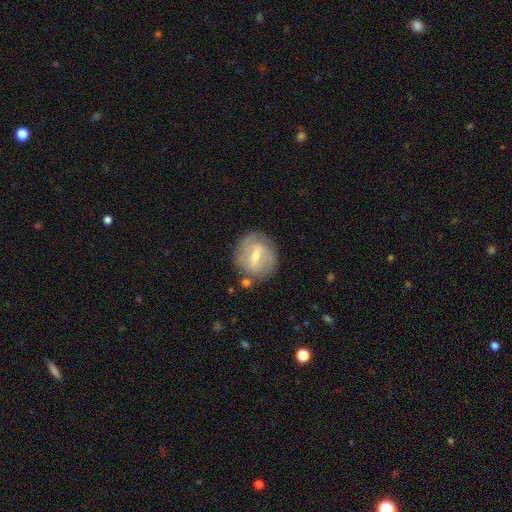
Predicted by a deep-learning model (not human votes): Smooth or featured: featured or disk — 65% (smooth — 29%)
Edge-on disk: no — 95% (yes — 5%)
Bar: weak — 50% (strong — 36%)
Spiral arms: yes — 67% (no — 33%)
Bulge size: moderate — 49% (small — 47%)
Merging: none — 74% (minor disturbance — 16%)